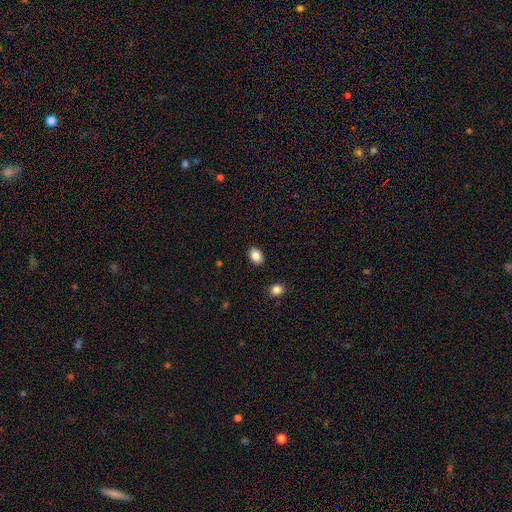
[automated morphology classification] Q: Smooth or featured?
A: smooth (87%); runner-up: star or artifact (9%)
Q: How rounded?
A: in between (70%); runner-up: round (29%)
Q: Merging?
A: none (89%); runner-up: minor disturbance (7%)